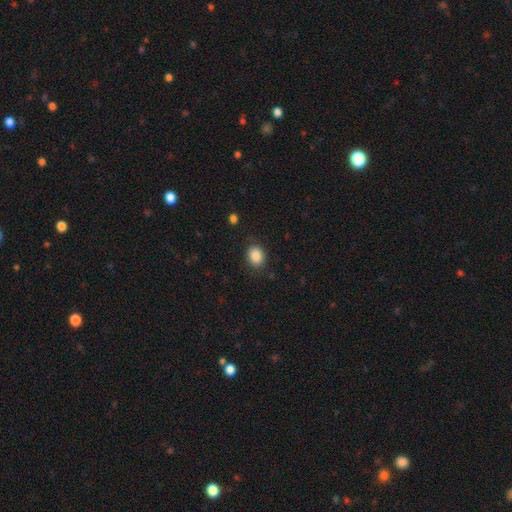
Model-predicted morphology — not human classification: Smooth or featured? Predicted: smooth (p=0.86). How rounded? Predicted: in between (p=0.50). Merging? Predicted: none (p=0.85).